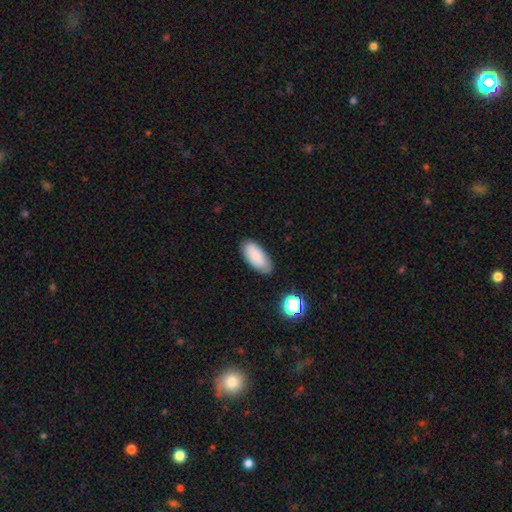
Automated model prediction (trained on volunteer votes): The model was most divided on "merging": none: 82%, minor disturbance: 13%, major disturbance: 3%, merger: 2%. More confident: how rounded — in between (90%); smooth or featured — smooth (86%).